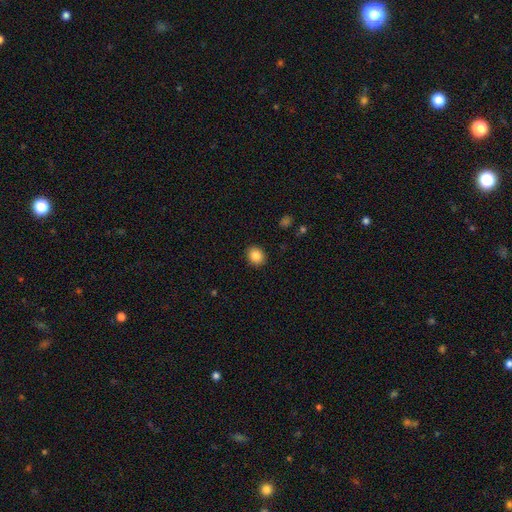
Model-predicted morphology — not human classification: Smooth or featured?
  - smooth: 85% *
  - star or artifact: 9%
  - featured or disk: 5%
How rounded?
  - round: 65% *
  - in between: 34%
  - cigar-shaped: 1%
Merging?
  - none: 91% *
  - minor disturbance: 6%
  - major disturbance: 2%
  - merger: 1%